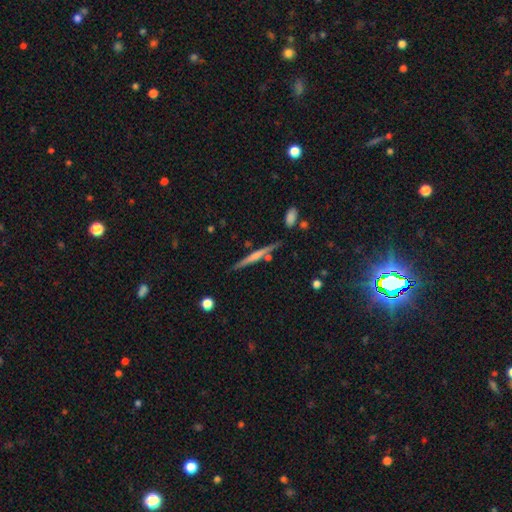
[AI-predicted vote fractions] A featured or disk galaxy (53%) viewed edge-on (97%) with no central bulge (52%). Merging: none (83%).